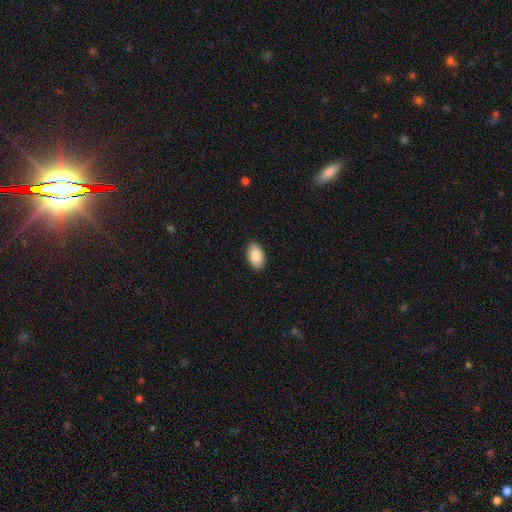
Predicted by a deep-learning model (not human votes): A smooth galaxy with no disk features (88%) that is in between round and cigar-shaped (95%). Merging: none (88%).